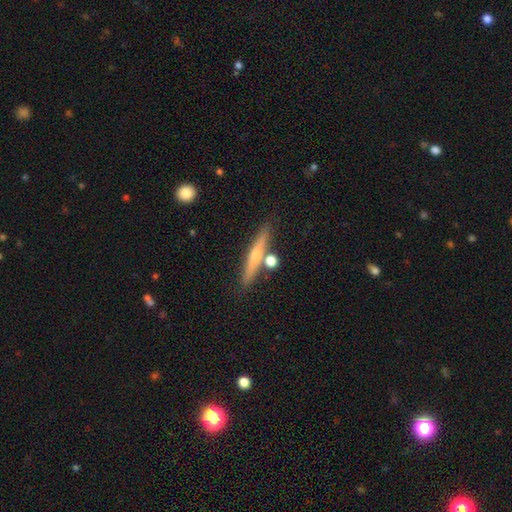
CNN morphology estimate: smooth_or_featured: smooth (p=0.51) [alt: featured or disk p=0.42]
how_rounded: cigar-shaped (p=0.90) [alt: in between p=0.06]
merging: none (p=0.78) [alt: minor disturbance p=0.10]